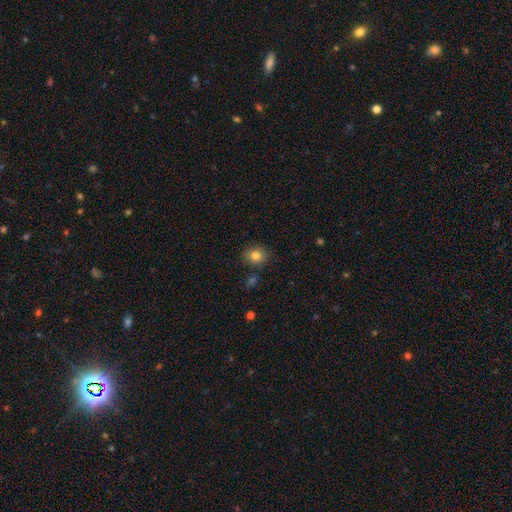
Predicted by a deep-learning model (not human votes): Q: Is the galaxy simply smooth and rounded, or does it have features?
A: smooth — 82%.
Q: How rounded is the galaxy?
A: round — 68%.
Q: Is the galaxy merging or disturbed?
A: none — 84%.